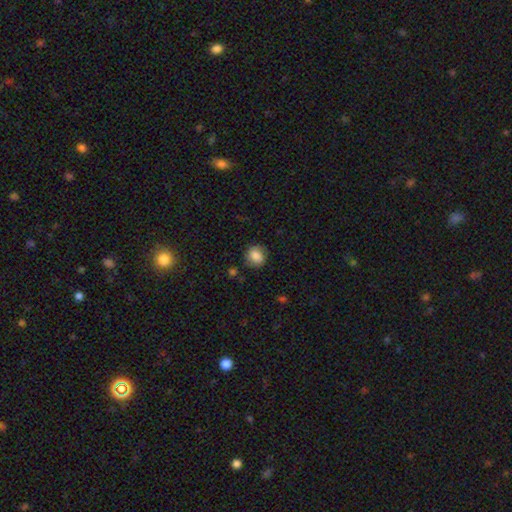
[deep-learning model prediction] smooth_or_featured: smooth (p=0.83) [alt: star or artifact p=0.09]
how_rounded: round (p=0.70) [alt: in between p=0.29]
merging: none (p=0.81) [alt: minor disturbance p=0.14]